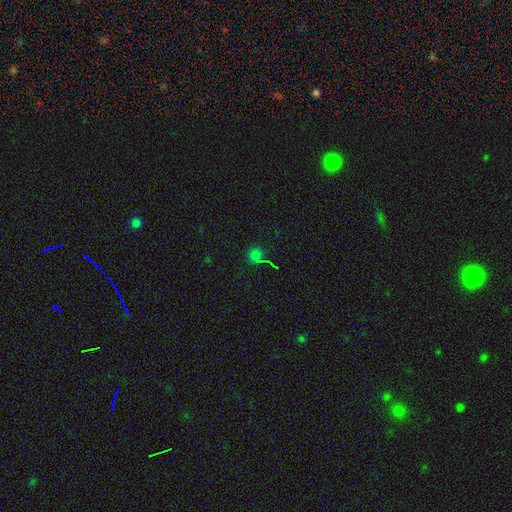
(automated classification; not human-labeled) A smooth galaxy with no disk features (54%) that is round (85%). Merging: none (75%).